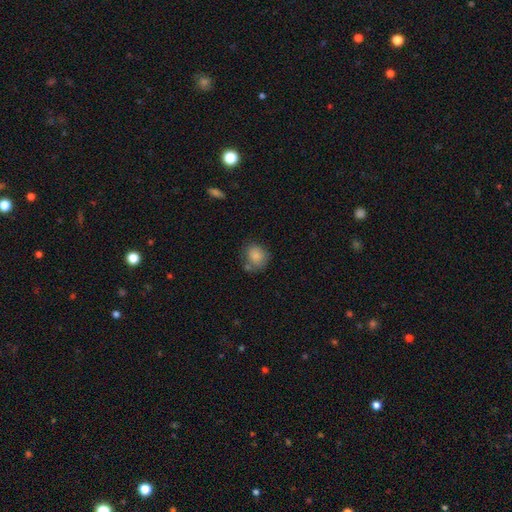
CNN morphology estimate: smooth_or_featured: smooth (p=0.84) [alt: star or artifact p=0.08]
how_rounded: round (p=0.71) [alt: in between p=0.28]
merging: none (p=0.62) [alt: minor disturbance p=0.20]